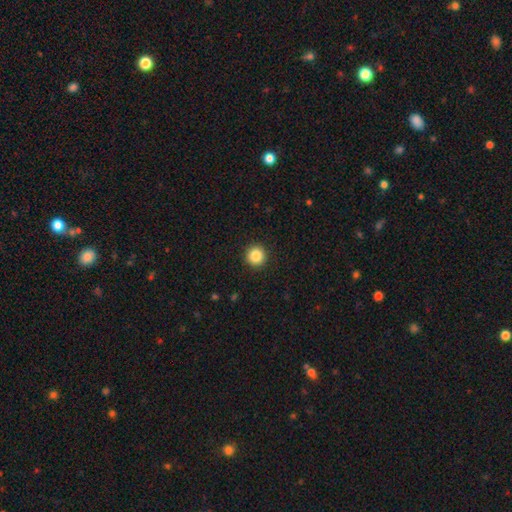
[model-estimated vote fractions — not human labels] This is clearly a smooth galaxy (86%). How rounded: clearly round (95%). Merging: clearly none (93%).